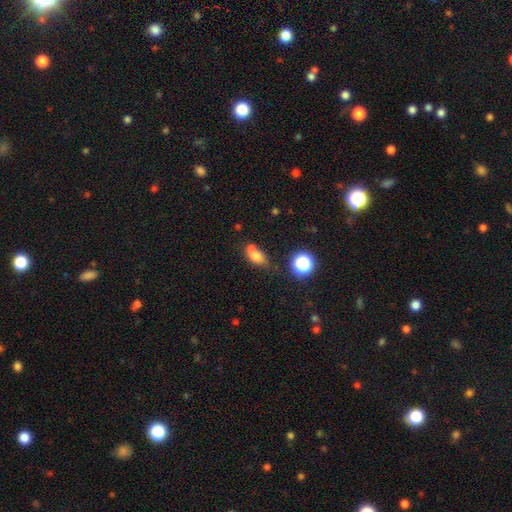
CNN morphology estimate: Smooth or featured? smooth (73%)
How rounded? in between (73%)
Merging? none (44%)